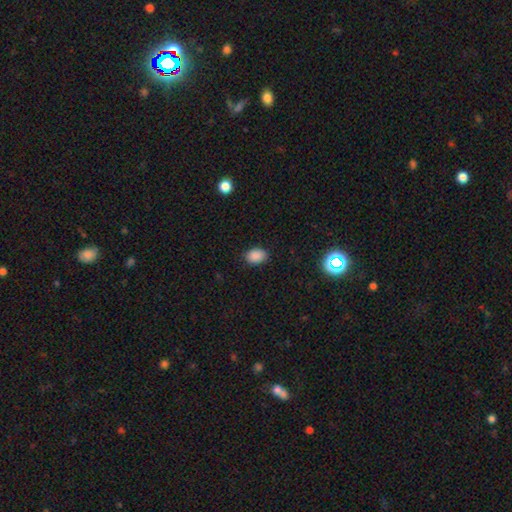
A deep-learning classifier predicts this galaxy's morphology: The model was most divided on "how rounded": in between: 77%, round: 22%, cigar-shaped: 1%. More confident: smooth or featured — smooth (86%); merging — none (84%).